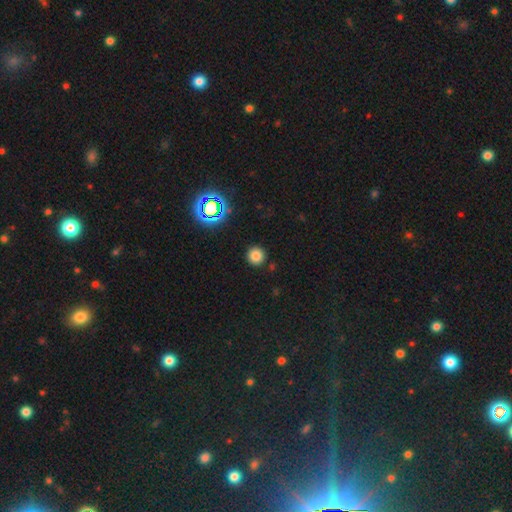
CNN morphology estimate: type=smooth (78%); roundness=round (95%); merging=none (90%).